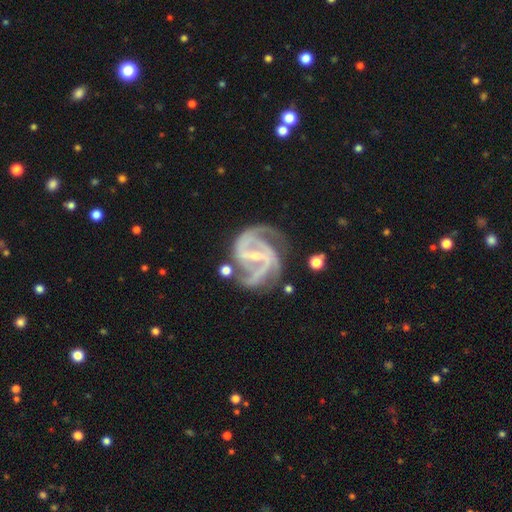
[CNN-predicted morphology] This appears to be a featured or disk galaxy (91%) with a strong bar (60%), 2 (50%) medium (52%) spiral arms (98%) and a small central bulge (73%). Merging: none (59%).